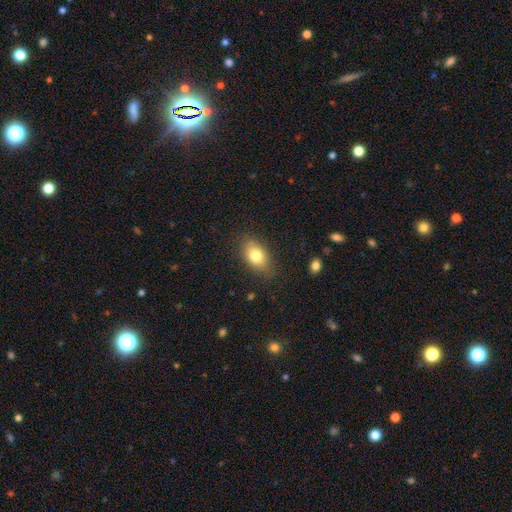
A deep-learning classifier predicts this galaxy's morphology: Smooth or featured? smooth (78%)
How rounded? in between (86%)
Merging? none (82%)